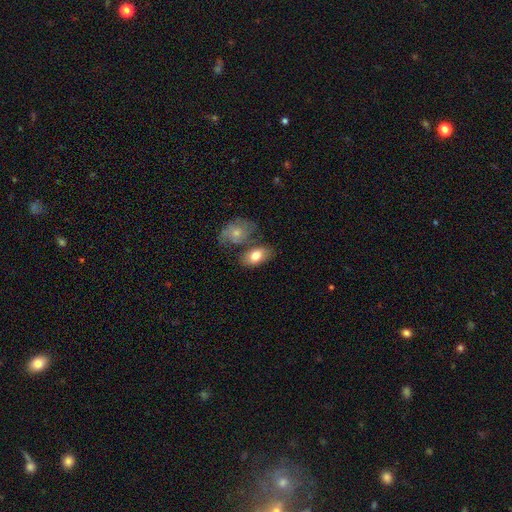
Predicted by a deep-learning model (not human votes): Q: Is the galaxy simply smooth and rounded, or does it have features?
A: smooth — 76%.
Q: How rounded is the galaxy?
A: in between — 89%.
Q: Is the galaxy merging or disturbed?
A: none — 53%.